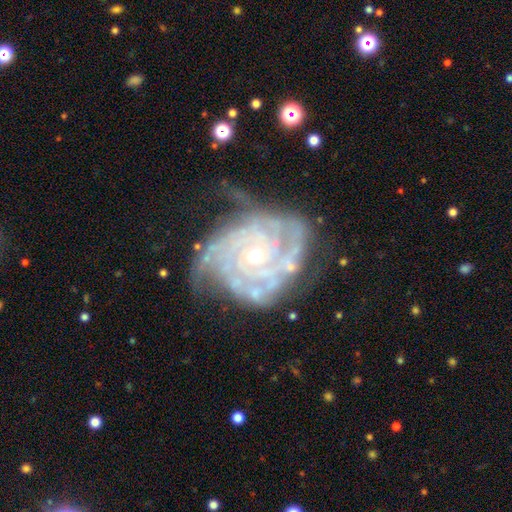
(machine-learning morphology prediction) This is clearly a featured or disk galaxy (89%). It is clearly not viewed edge-on (97%). Bar: likely no (78%). Spiral arm pattern: clearly yes (96%). Spiral arm count: marginally can't tell (27%). Spiral winding: likely tight (75%). Central bulge: likely small (68%). Merging: possibly none (49%).